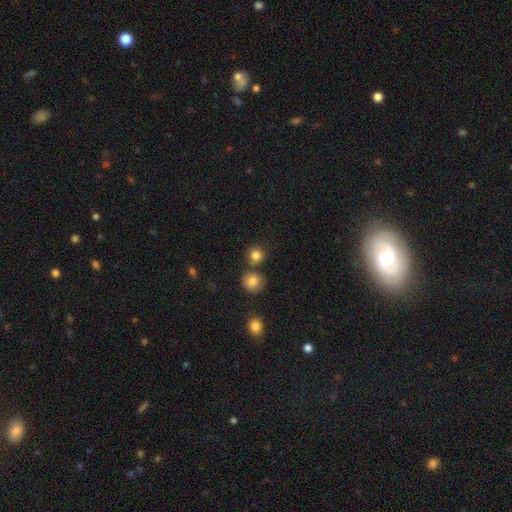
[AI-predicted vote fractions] This is clearly a smooth galaxy (83%). How rounded: clearly round (90%). Merging: likely none (70%).